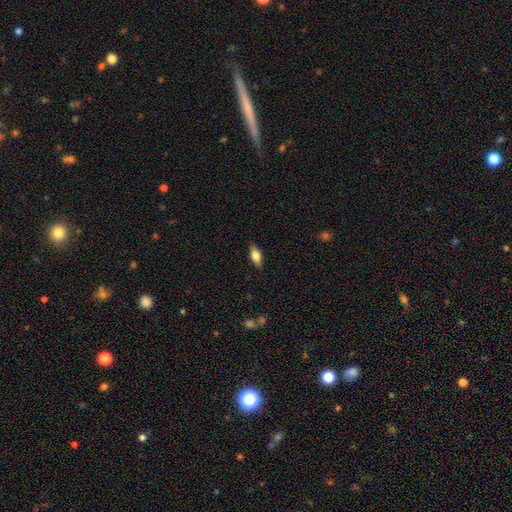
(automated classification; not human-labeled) Smooth or featured: smooth — 71% (featured or disk — 22%)
How rounded: in between — 77% (cigar-shaped — 20%)
Merging: none — 86% (minor disturbance — 10%)